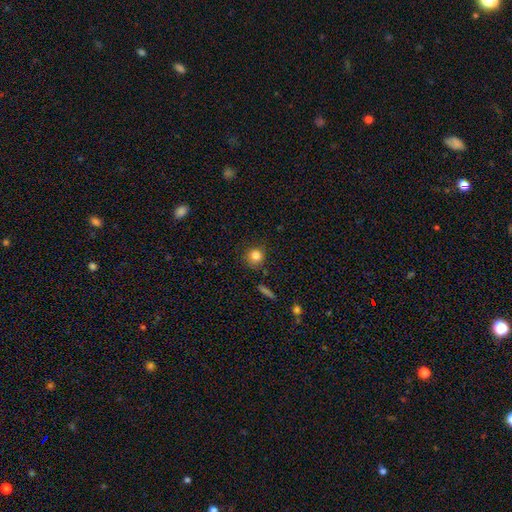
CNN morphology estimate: smooth-or-featured: smooth: 82% | star or artifact: 11% | featured or disk: 7%
  how-rounded: round: 90% | in between: 9% | cigar-shaped: 1%
  merging: none: 82% | minor disturbance: 12% | major disturbance: 3% | merger: 3%